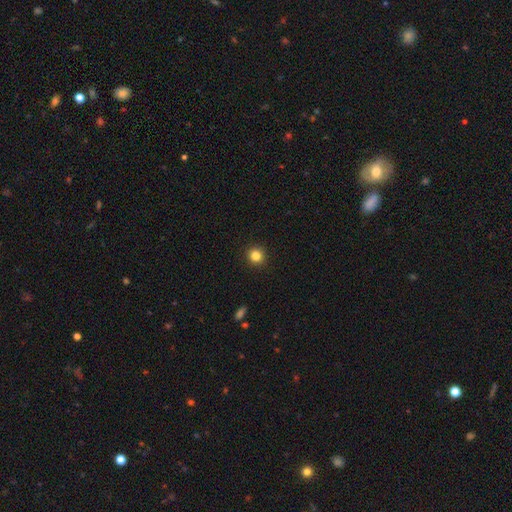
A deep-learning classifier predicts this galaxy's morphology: Q: Smooth or featured?
A: smooth (84%); runner-up: star or artifact (11%)
Q: How rounded?
A: round (93%); runner-up: in between (7%)
Q: Merging?
A: none (93%); runner-up: minor disturbance (5%)